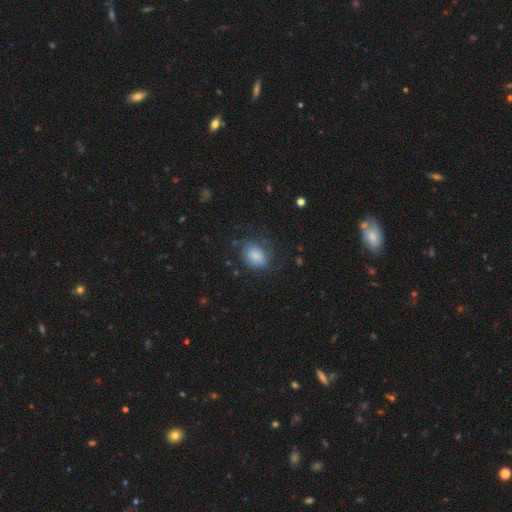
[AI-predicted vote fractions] Overall: smooth (78%). How rounded: in between (58%; round 41%). Merging: none (62%; minor disturbance 23%).